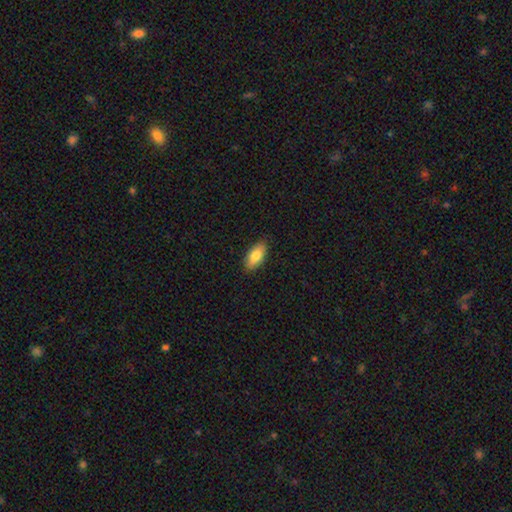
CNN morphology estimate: A smooth galaxy with no disk features (81%) that is in between round and cigar-shaped (89%).

Vote fractions:
- Smooth or featured? smooth: 81% / featured or disk: 13% / star or artifact: 6%
- How rounded? in between: 89% / cigar-shaped: 8% / round: 3%
- Merging? none: 87% / minor disturbance: 10% / major disturbance: 2% / merger: 1%